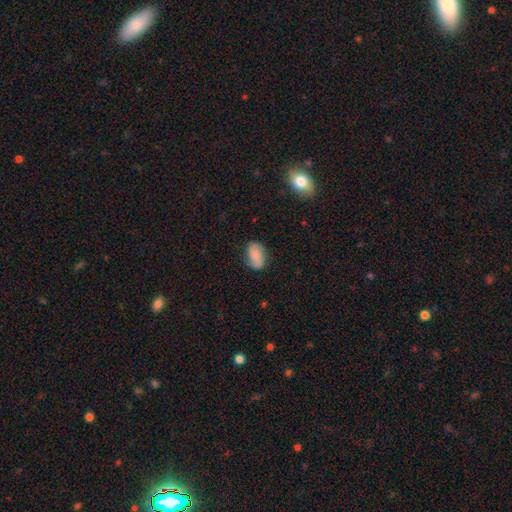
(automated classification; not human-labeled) Smooth or featured? smooth (65%)
How rounded? in between (88%)
Merging? none (76%)